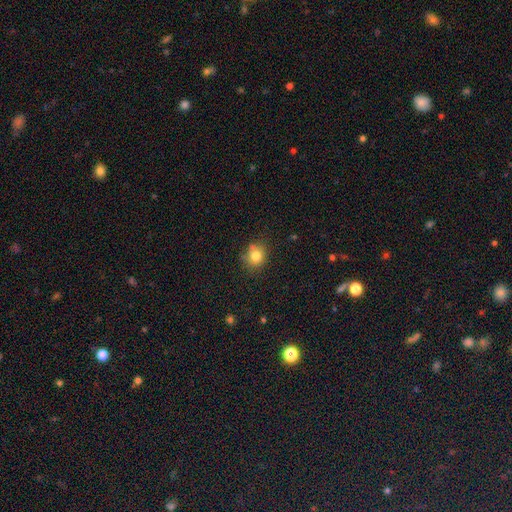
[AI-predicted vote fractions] smooth_or_featured: smooth (p=0.79) [alt: star or artifact p=0.12]
how_rounded: round (p=0.76) [alt: in between p=0.23]
merging: none (p=0.73) [alt: minor disturbance p=0.16]